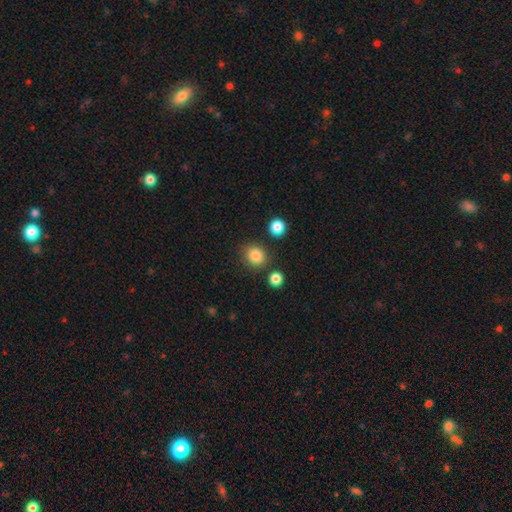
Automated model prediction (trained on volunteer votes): The model was most divided on "how rounded": round: 80%, in between: 19%, cigar-shaped: 1%. More confident: smooth or featured — smooth (84%); merging — none (81%).